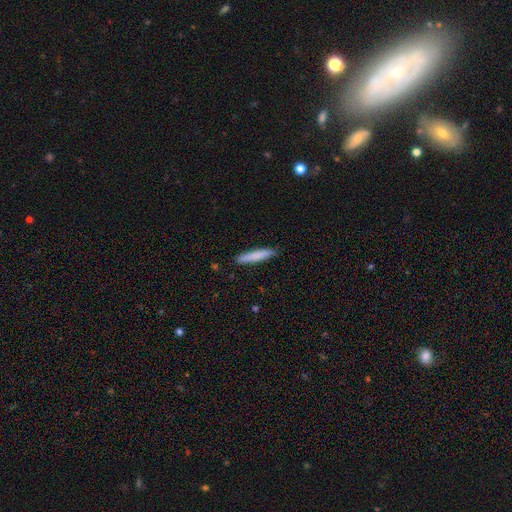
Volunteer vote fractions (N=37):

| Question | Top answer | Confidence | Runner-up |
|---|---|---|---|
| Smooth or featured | smooth | 89% | featured or disk (8%) |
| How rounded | cigar-shaped | 88% | in between (9%) |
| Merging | none | 97% | minor disturbance (3%) |